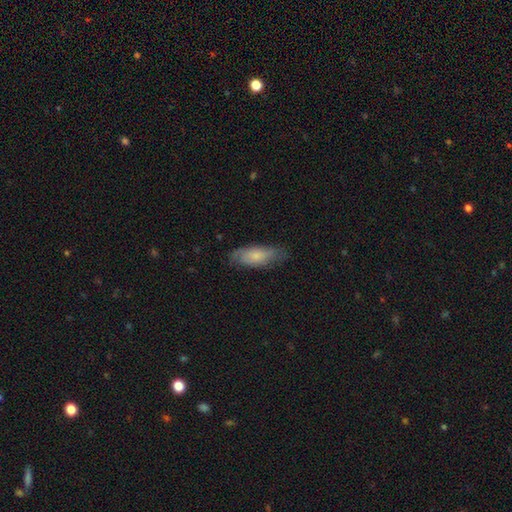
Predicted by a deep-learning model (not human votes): smooth_or_featured: smooth (p=0.62) [alt: featured or disk p=0.32]
how_rounded: in between (p=0.69) [alt: cigar-shaped p=0.29]
merging: none (p=0.70) [alt: minor disturbance p=0.22]